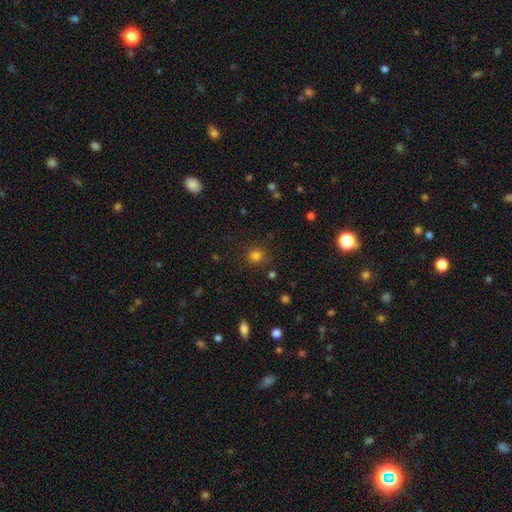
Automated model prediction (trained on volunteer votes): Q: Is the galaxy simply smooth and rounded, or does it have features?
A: smooth — 80%.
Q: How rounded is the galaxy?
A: round — 89%.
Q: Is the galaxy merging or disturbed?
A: none — 85%.